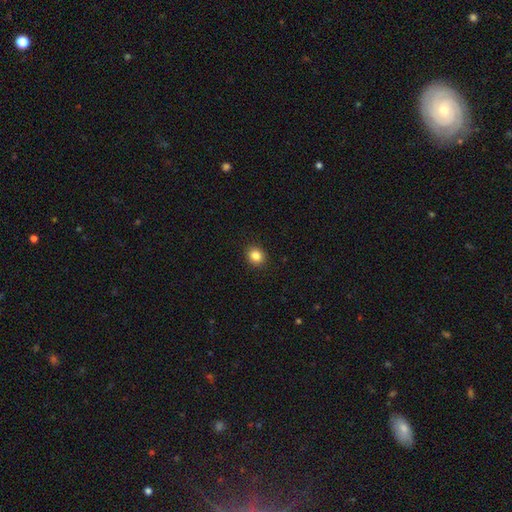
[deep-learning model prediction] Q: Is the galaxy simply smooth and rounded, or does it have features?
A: smooth — 85%.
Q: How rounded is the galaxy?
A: round — 80%.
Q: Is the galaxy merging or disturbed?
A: none — 92%.